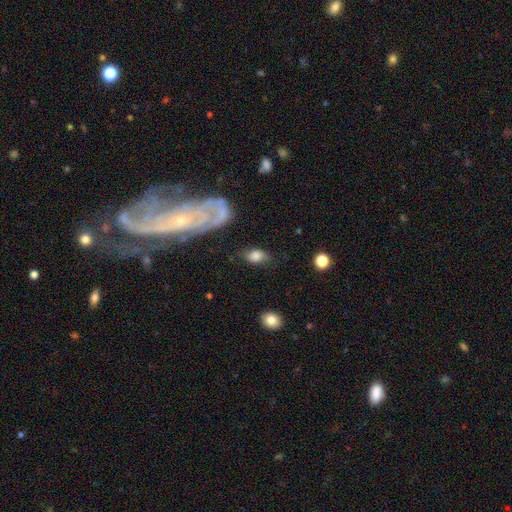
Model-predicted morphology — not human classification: Overall: smooth (74%). How rounded: in between (84%). Merging: none (64%).